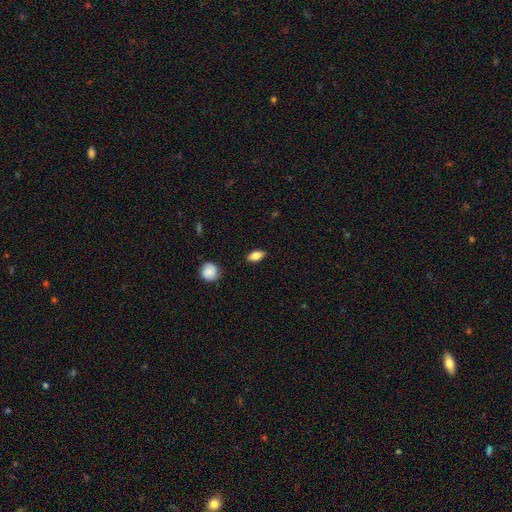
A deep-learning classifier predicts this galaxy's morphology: Smooth or featured?
  - smooth: 80% *
  - featured or disk: 13%
  - star or artifact: 8%
How rounded?
  - in between: 85% *
  - cigar-shaped: 8%
  - round: 7%
Merging?
  - none: 86% *
  - minor disturbance: 11%
  - major disturbance: 2%
  - merger: 1%